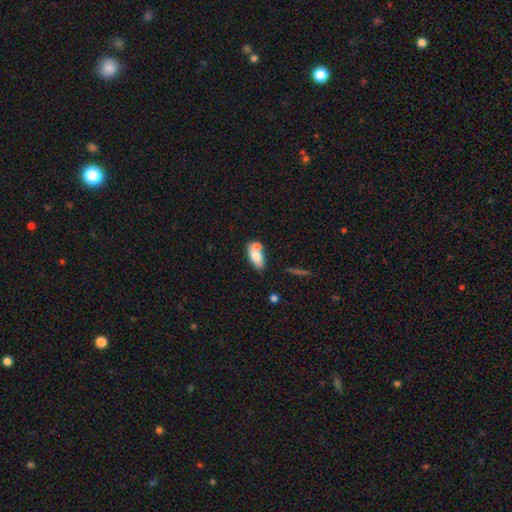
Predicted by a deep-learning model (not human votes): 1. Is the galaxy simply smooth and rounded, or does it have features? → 72% smooth, 21% featured or disk, 7% star or artifact.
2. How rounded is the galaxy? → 87% in between, 8% cigar-shaped, 5% round.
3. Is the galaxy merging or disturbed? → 42% none, 38% merger, 14% minor disturbance, 5% major disturbance.